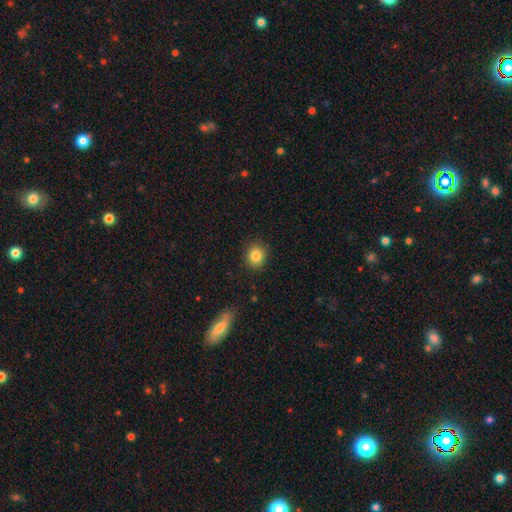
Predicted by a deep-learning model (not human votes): smooth 84%, star or artifact 10%, featured or disk 6%. Down the decision tree: how rounded — round (76%); merging — none (89%).